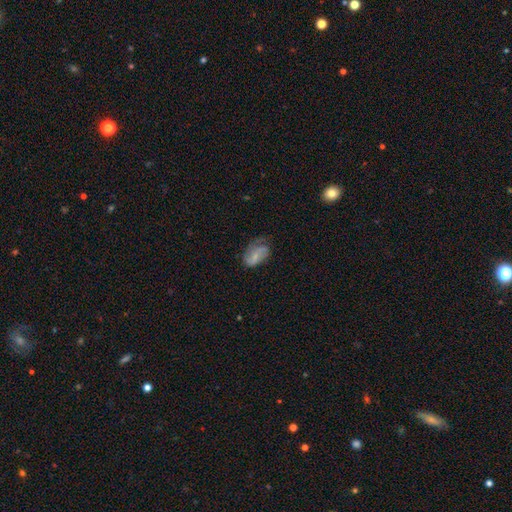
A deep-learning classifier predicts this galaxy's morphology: This appears to be a smooth galaxy with no disk features (47%). Merging: none (43%).